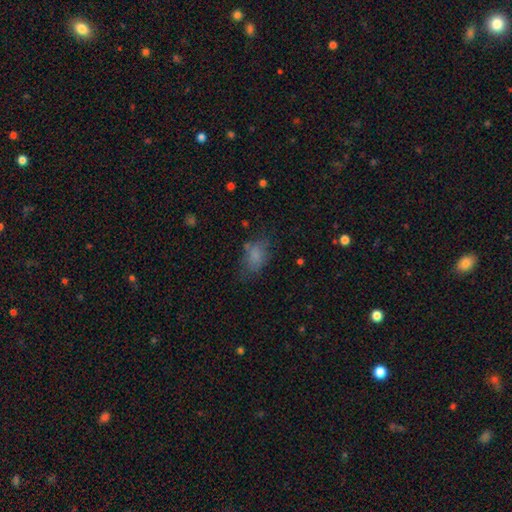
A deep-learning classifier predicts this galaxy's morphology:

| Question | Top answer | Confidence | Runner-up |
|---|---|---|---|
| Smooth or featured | smooth | 74% | star or artifact (13%) |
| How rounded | in between | 83% | round (15%) |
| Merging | none | 58% | minor disturbance (24%) |